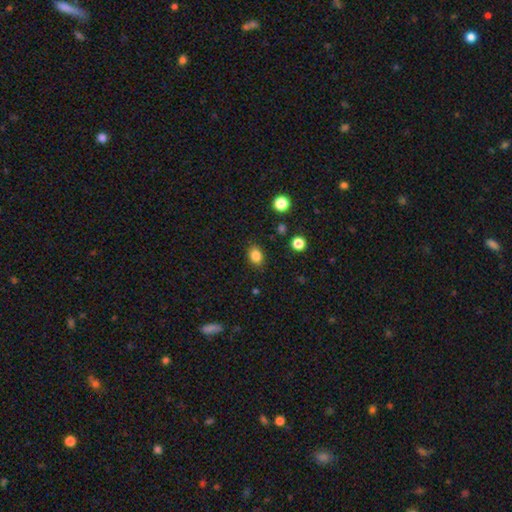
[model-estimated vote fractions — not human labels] A smooth galaxy with no disk features (84%) that is in between round and cigar-shaped (63%).

Vote fractions:
- Smooth or featured? smooth: 84% / star or artifact: 11% / featured or disk: 5%
- How rounded? in between: 63% / round: 36% / cigar-shaped: 1%
- Merging? none: 85% / minor disturbance: 10% / major disturbance: 3% / merger: 2%